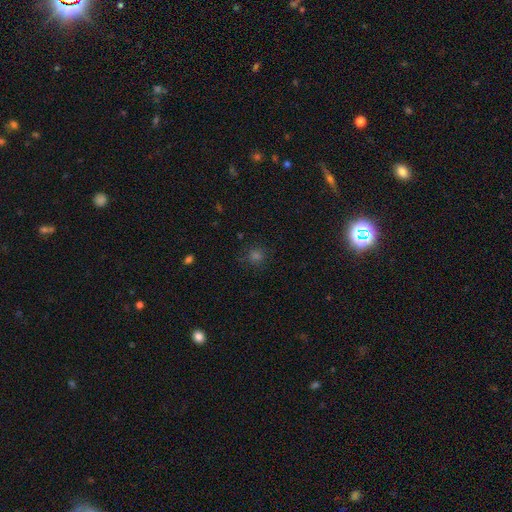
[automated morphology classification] smooth_or_featured: smooth (p=0.55) [alt: star or artifact p=0.37]
how_rounded: round (p=0.91) [alt: in between p=0.08]
merging: none (p=0.84) [alt: minor disturbance p=0.10]